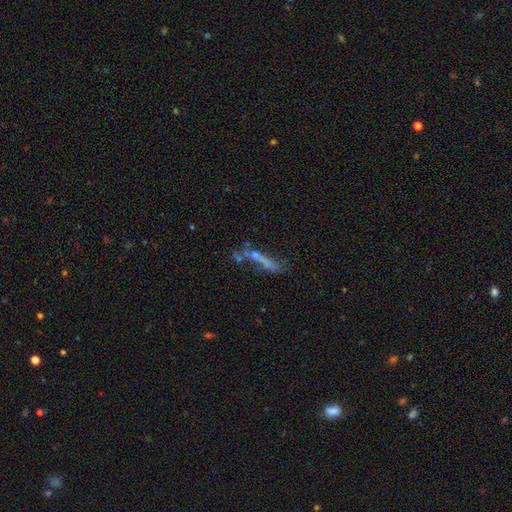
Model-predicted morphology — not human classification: smooth_or_featured: featured or disk (p=0.43) [alt: smooth p=0.41]
merging: none (p=0.37) [alt: merger p=0.24]